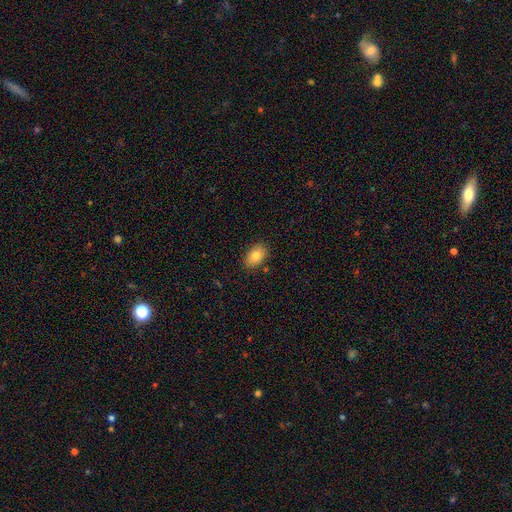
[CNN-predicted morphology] smooth 83%, featured or disk 9%, star or artifact 8%. Down the decision tree: how rounded — in between (87%); merging — none (86%).